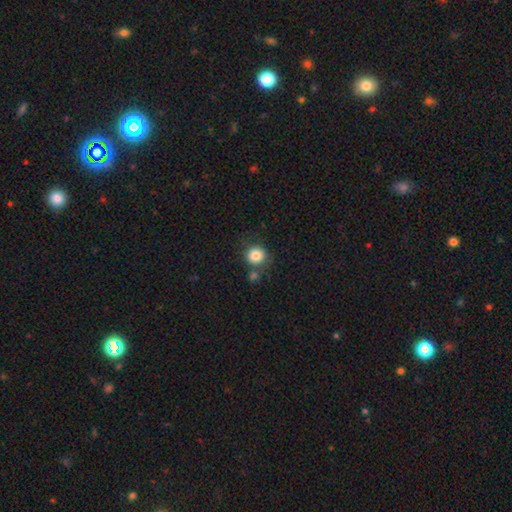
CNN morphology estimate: type=smooth (84%); roundness=round (89%); merging=none (72%).